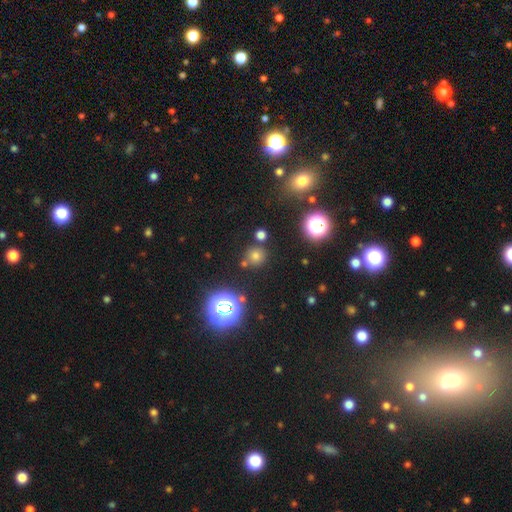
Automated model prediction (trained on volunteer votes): smooth-or-featured: smooth: 66% | star or artifact: 27% | featured or disk: 7%
  how-rounded: round: 92% | in between: 7% | cigar-shaped: 1%
  merging: none: 80% | merger: 9% | minor disturbance: 8% | major disturbance: 3%